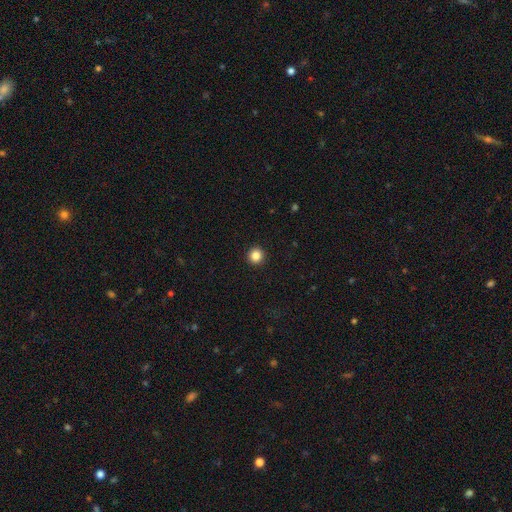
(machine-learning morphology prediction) smooth 85%, star or artifact 11%, featured or disk 4%. Down the decision tree: how rounded — round (95%); merging — none (94%).